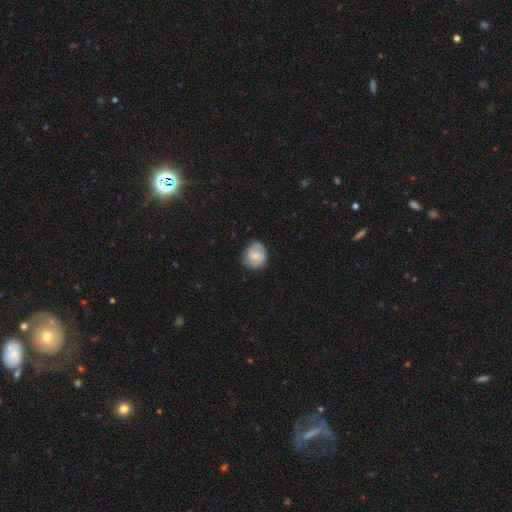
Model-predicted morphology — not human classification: Smooth or featured? Predicted: smooth (p=0.48). Merging? Predicted: none (p=0.71).